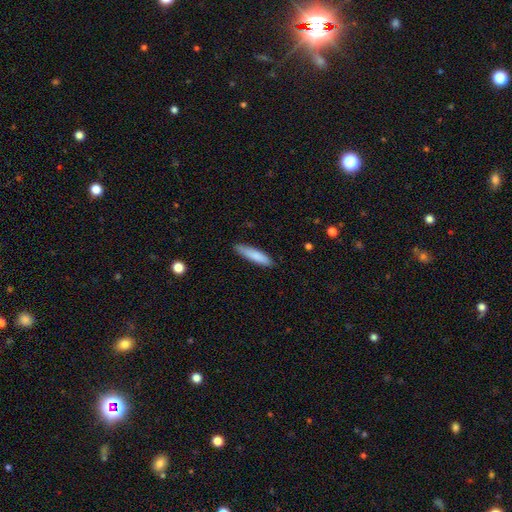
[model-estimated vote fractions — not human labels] Smooth or featured? smooth (84%)
How rounded? cigar-shaped (78%)
Merging? none (86%)